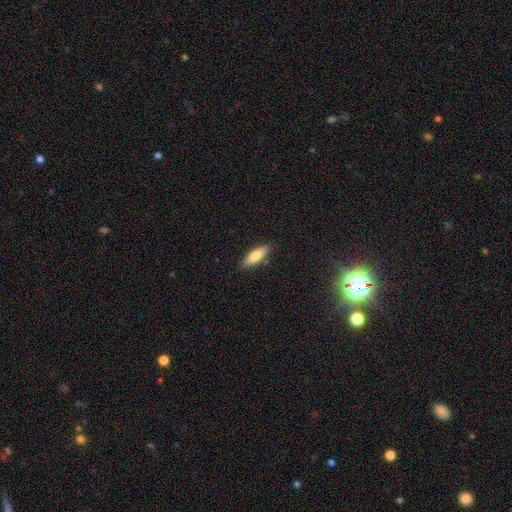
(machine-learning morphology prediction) smooth-or-featured: smooth: 78% | featured or disk: 16% | star or artifact: 6%
  how-rounded: in between: 52% | cigar-shaped: 46% | round: 2%
  merging: none: 84% | minor disturbance: 11% | major disturbance: 2% | merger: 2%